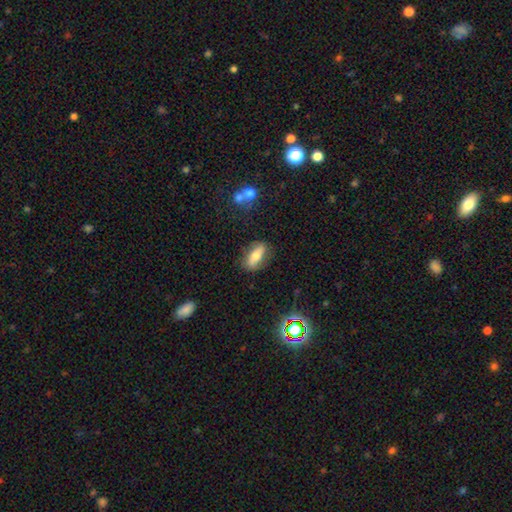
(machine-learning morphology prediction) A smooth galaxy with no disk features (64%) that is in between round and cigar-shaped (71%). Merging: none (79%).